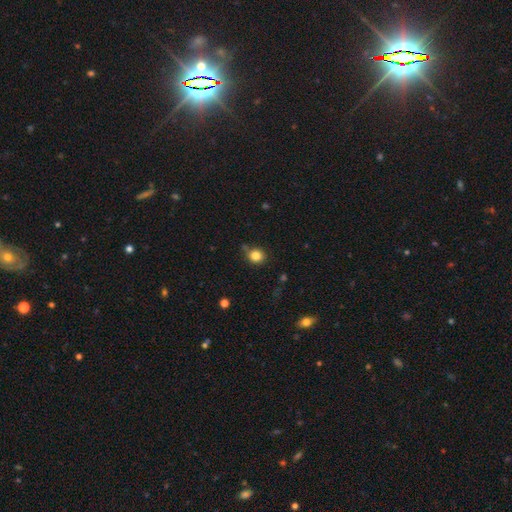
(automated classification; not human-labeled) smooth 83%, star or artifact 11%, featured or disk 6%. Down the decision tree: how rounded — round (84%); merging — none (76%).